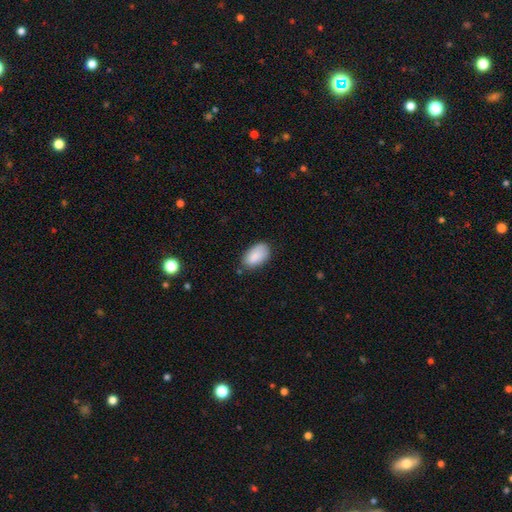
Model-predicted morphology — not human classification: smooth 86%, featured or disk 7%, star or artifact 7%. Down the decision tree: how rounded — in between (94%); merging — none (72%).